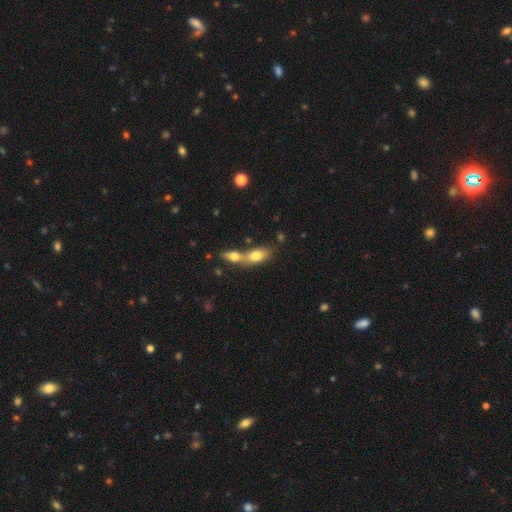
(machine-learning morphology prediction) This appears to be a smooth galaxy with no disk features (76%) that is in between round and cigar-shaped (82%). Merging: merger (66%).